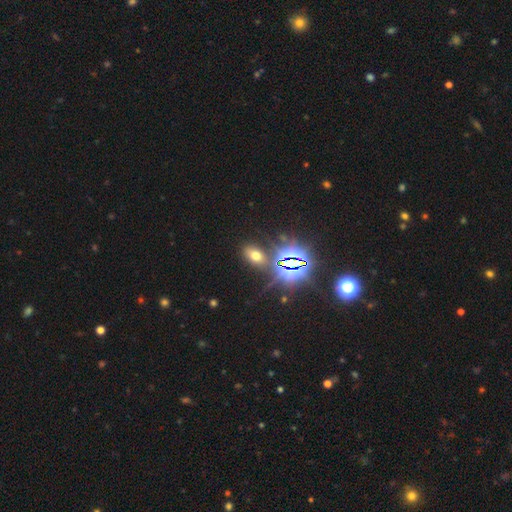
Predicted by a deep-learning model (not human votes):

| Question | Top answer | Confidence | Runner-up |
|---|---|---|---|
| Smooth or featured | smooth | 47% | star or artifact (43%) |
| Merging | none | 78% | minor disturbance (11%) |